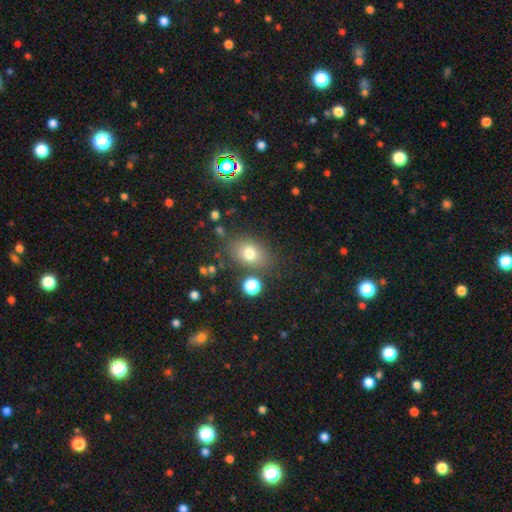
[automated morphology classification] smooth_or_featured: smooth (p=0.60) [alt: star or artifact p=0.30]
how_rounded: round (p=0.50) [alt: in between p=0.48]
merging: none (p=0.81) [alt: minor disturbance p=0.10]